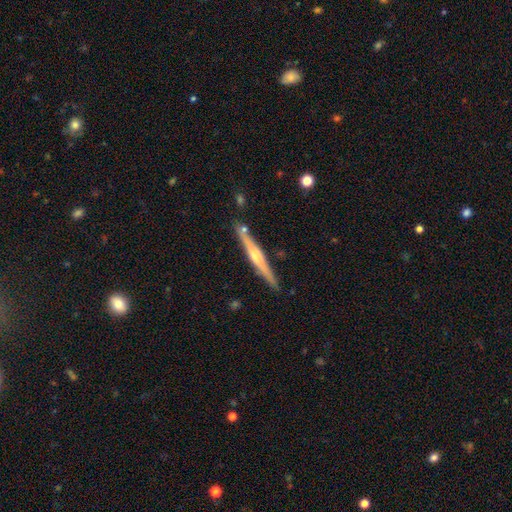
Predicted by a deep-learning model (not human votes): Smooth or featured?
  - featured or disk: 68% *
  - smooth: 26%
  - star or artifact: 6%
Edge-on disk?
  - yes: 98% *
  - no: 2%
Edge-on bulge?
  - rounded: 73% *
  - none: 15%
  - boxy: 12%
Merging?
  - none: 85% *
  - minor disturbance: 9%
  - merger: 4%
  - major disturbance: 2%